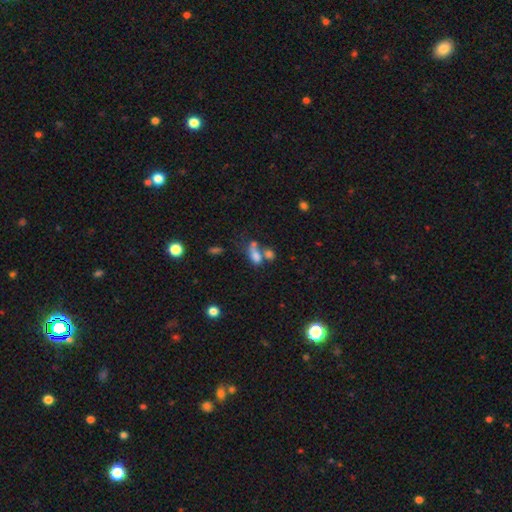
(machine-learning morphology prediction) The model was most divided on "merging": merger: 48%, none: 27%, major disturbance: 13%, minor disturbance: 12%. More confident: how rounded — in between (77%); smooth or featured — smooth (69%).